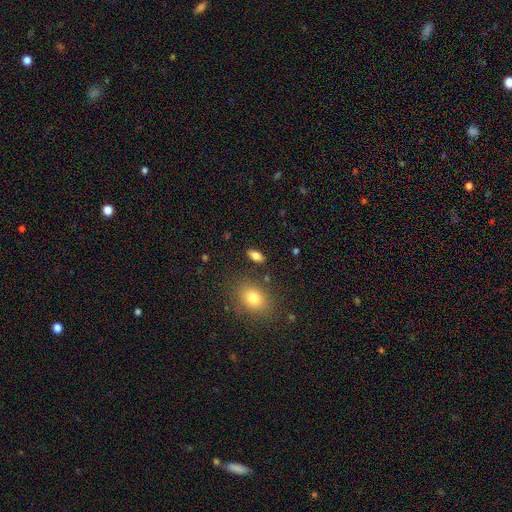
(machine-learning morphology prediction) type=smooth (80%); roundness=in between (87%); merging=none (85%).